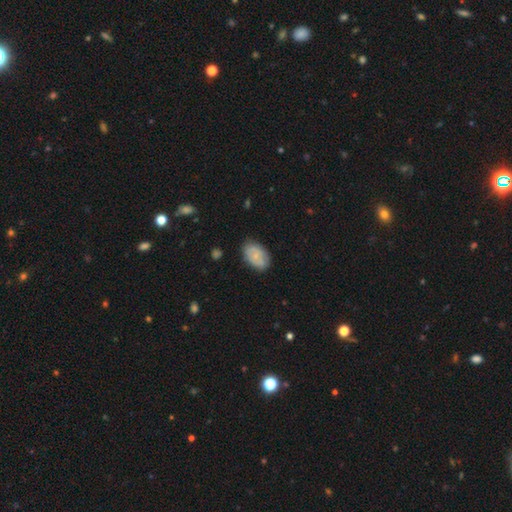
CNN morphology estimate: A smooth galaxy with no disk features (65%) that is in between round and cigar-shaped (89%). Merging: none (78%).